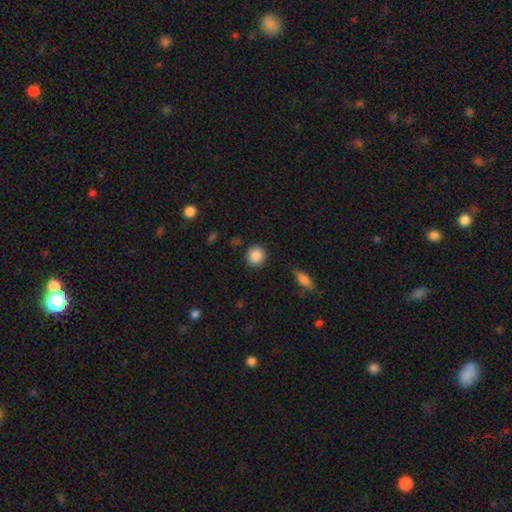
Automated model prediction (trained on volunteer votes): A smooth galaxy with no disk features (88%) that is round (90%).

Vote fractions:
- Smooth or featured? smooth: 88% / star or artifact: 8% / featured or disk: 4%
- How rounded? round: 90% / in between: 9% / cigar-shaped: 1%
- Merging? none: 88% / minor disturbance: 8% / major disturbance: 2% / merger: 2%